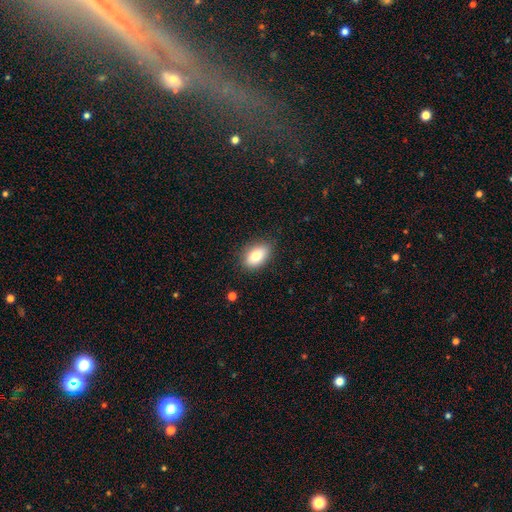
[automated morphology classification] type=smooth (79%); roundness=in between (87%); merging=none (84%).